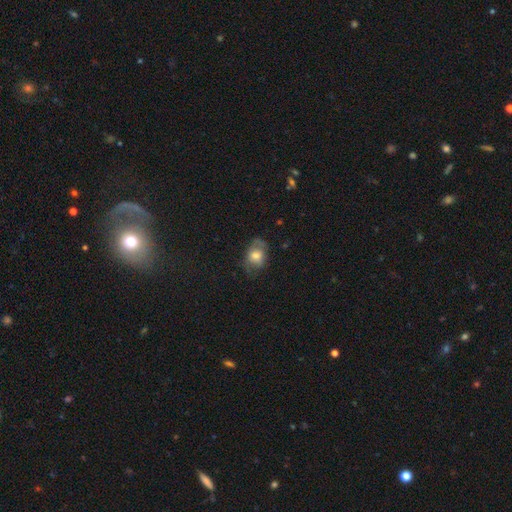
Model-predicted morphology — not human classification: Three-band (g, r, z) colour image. It shows a smooth galaxy with no disk features (63%) that is in between round and cigar-shaped (69%). Merging: none (54%).